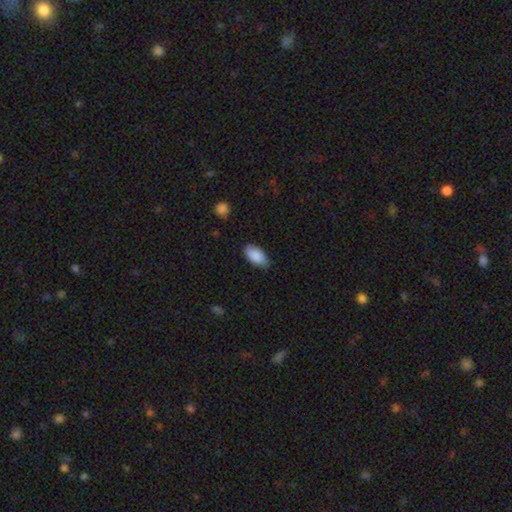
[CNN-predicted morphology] type=smooth (88%); roundness=in between (93%); merging=none (78%).